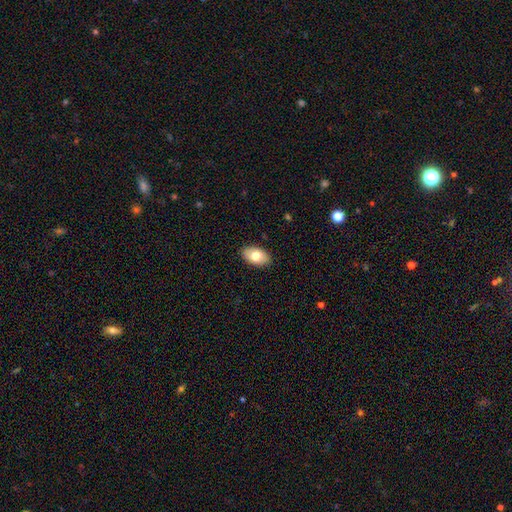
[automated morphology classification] A smooth galaxy with no disk features (76%) that is in between round and cigar-shaped (92%). Merging: none (89%).